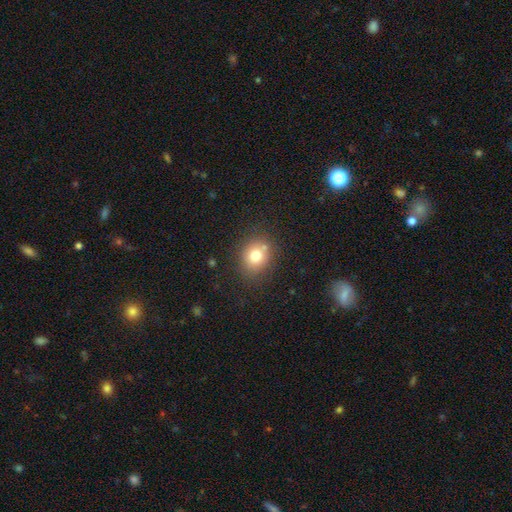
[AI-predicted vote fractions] Smooth or featured: smooth — 76% (star or artifact — 12%)
How rounded: round — 67% (in between — 32%)
Merging: none — 74% (minor disturbance — 13%)